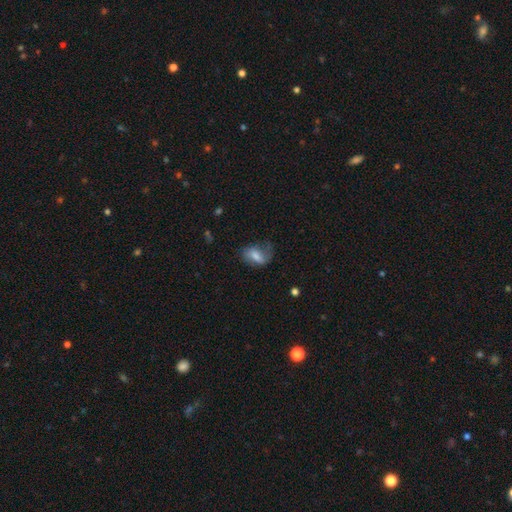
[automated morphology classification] smooth_or_featured: smooth (p=0.59) [alt: featured or disk p=0.32]
how_rounded: in between (p=0.84) [alt: round p=0.13]
merging: none (p=0.45) [alt: minor disturbance p=0.30]